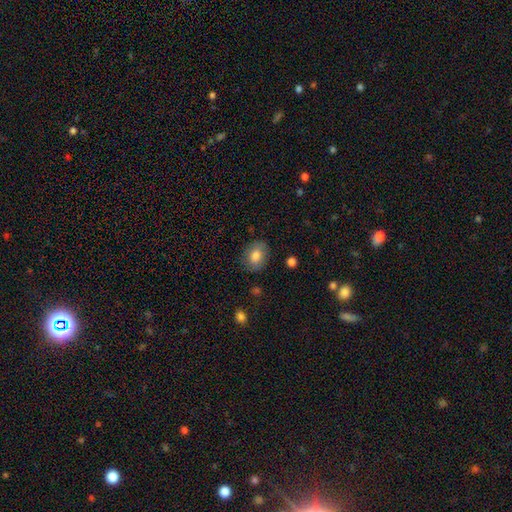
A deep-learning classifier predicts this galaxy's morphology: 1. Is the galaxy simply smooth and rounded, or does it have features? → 81% smooth, 11% featured or disk, 8% star or artifact.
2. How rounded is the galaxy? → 64% in between, 35% round, 1% cigar-shaped.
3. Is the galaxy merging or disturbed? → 81% none, 14% minor disturbance, 4% major disturbance, 2% merger.